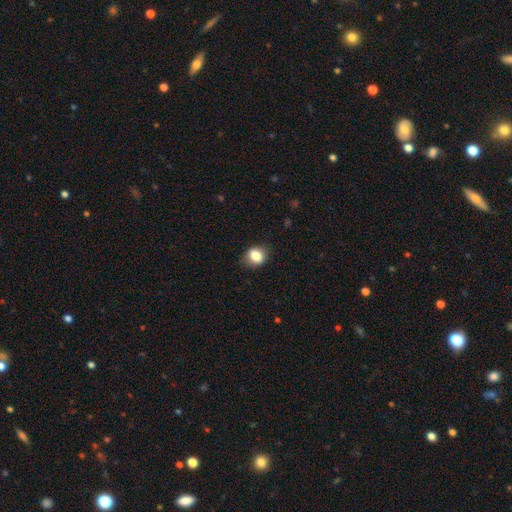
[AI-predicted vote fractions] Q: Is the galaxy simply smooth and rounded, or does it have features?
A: smooth — 83%.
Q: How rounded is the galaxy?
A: round — 57%.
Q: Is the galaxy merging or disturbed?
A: none — 80%.